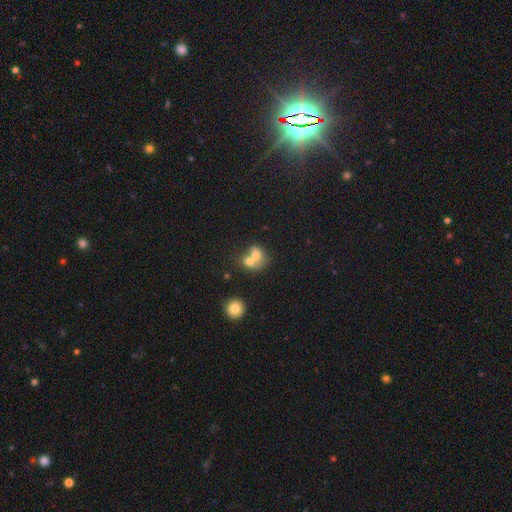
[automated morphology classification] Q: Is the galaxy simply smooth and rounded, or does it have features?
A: smooth — 66%.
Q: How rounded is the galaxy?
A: round — 61%.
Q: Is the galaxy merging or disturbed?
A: merger — 68%.